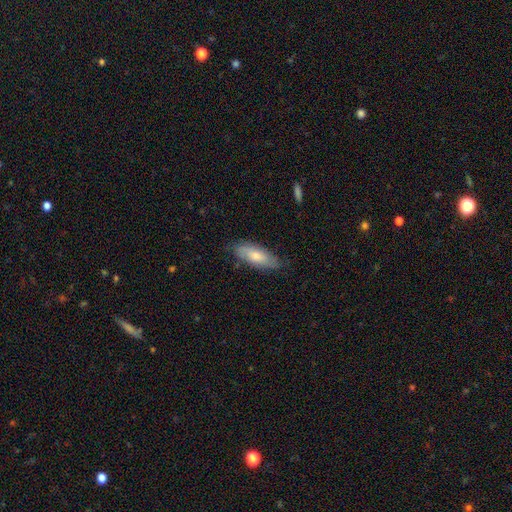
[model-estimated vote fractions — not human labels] smooth_or_featured: smooth (p=0.68) [alt: featured or disk p=0.26]
how_rounded: in between (p=0.70) [alt: cigar-shaped p=0.28]
merging: none (p=0.76) [alt: minor disturbance p=0.19]